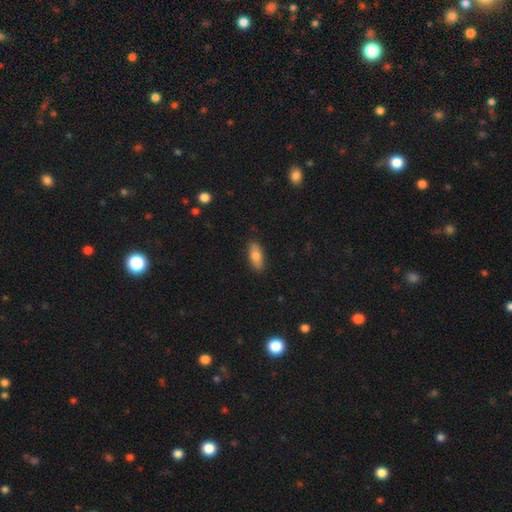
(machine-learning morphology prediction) Q: Smooth or featured?
A: smooth (78%); runner-up: featured or disk (15%)
Q: How rounded?
A: in between (79%); runner-up: cigar-shaped (18%)
Q: Merging?
A: none (87%); runner-up: minor disturbance (10%)